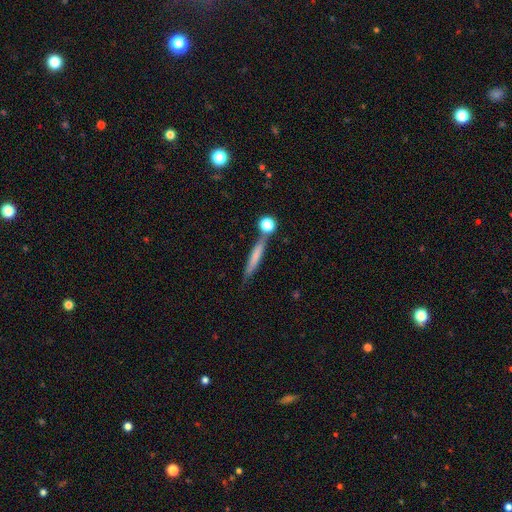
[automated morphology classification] A smooth galaxy with no disk features (60%) that is cigar-shaped (88%).

Vote fractions:
- Smooth or featured? smooth: 60% / featured or disk: 32% / star or artifact: 8%
- How rounded? cigar-shaped: 88% / in between: 7% / round: 5%
- Merging? none: 68% / merger: 14% / minor disturbance: 14% / major disturbance: 5%